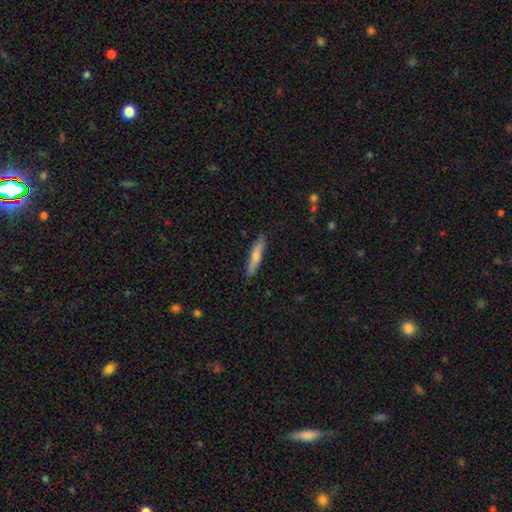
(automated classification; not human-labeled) This is likely a smooth galaxy (61%). How rounded: clearly cigar-shaped (90%). Merging: clearly none (88%).